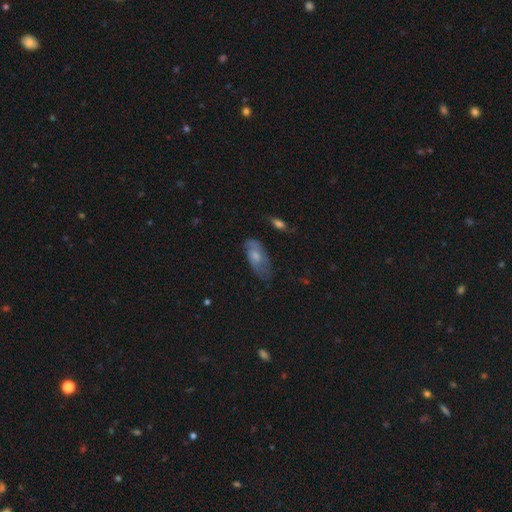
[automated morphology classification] This appears to be a smooth galaxy with no disk features (53%) that is in between round and cigar-shaped (88%). Merging: none (58%).